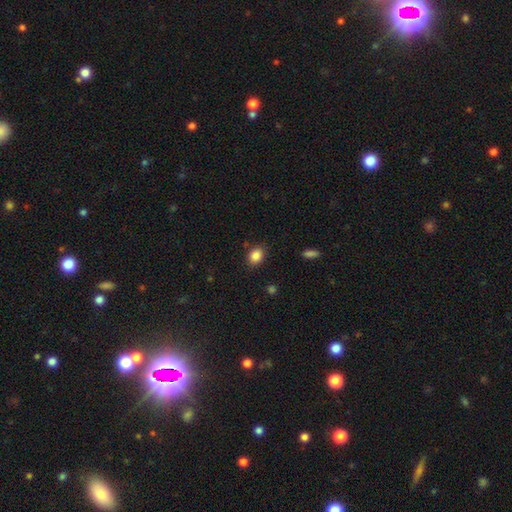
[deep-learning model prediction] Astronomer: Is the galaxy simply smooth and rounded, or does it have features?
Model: smooth — 86%.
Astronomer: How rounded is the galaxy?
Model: in between — 55% (runner-up: round, 44%).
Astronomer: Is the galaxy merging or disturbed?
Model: none — 85%.